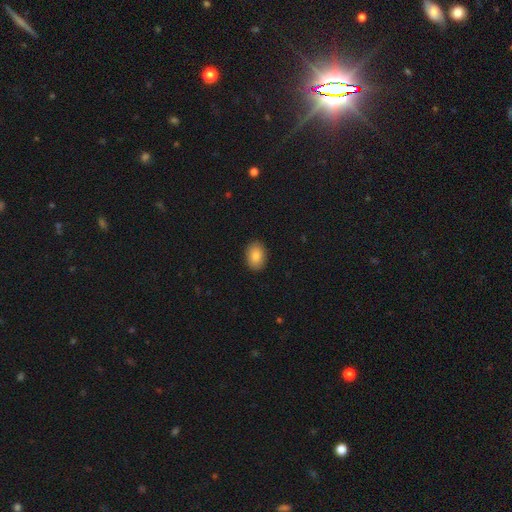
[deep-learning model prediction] Overall: smooth (86%). How rounded: in between (78%). Merging: none (90%).